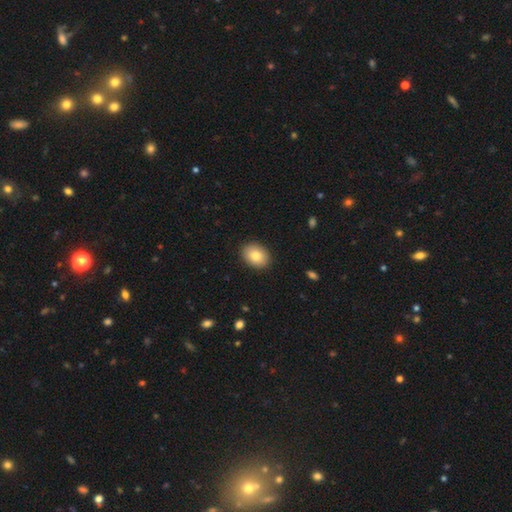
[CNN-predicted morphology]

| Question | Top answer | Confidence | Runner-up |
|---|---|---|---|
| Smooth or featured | smooth | 82% | featured or disk (10%) |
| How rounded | in between | 66% | round (33%) |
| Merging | none | 90% | minor disturbance (8%) |